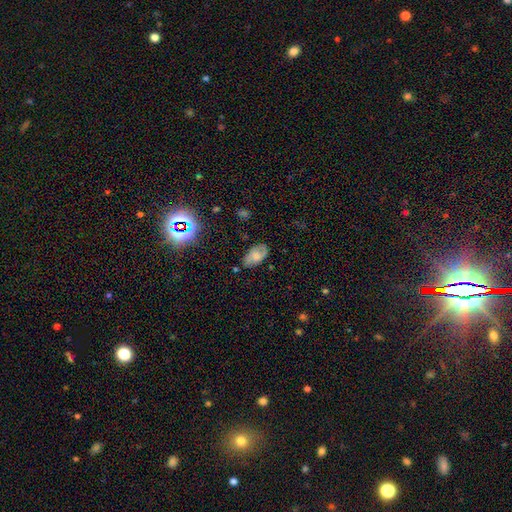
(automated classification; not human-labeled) Smooth or featured?
  - smooth: 54% *
  - featured or disk: 35%
  - star or artifact: 11%
How rounded?
  - in between: 92% *
  - round: 5%
  - cigar-shaped: 2%
Merging?
  - none: 73% *
  - minor disturbance: 20%
  - major disturbance: 5%
  - merger: 2%